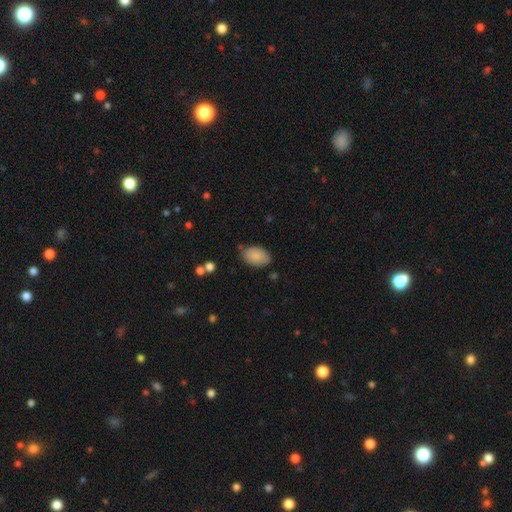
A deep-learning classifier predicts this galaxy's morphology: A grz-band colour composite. It shows a smooth galaxy with no disk features (87%) that is in between round and cigar-shaped (91%). Merging: none (72%).